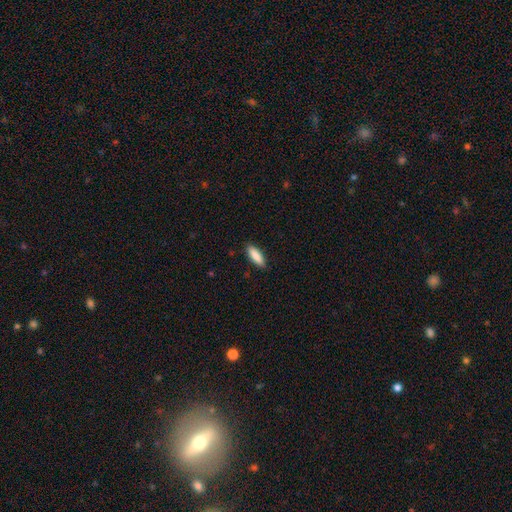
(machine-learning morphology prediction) Q: Smooth or featured?
A: smooth (88%); runner-up: featured or disk (6%)
Q: How rounded?
A: in between (52%); runner-up: cigar-shaped (47%)
Q: Merging?
A: none (88%); runner-up: minor disturbance (9%)